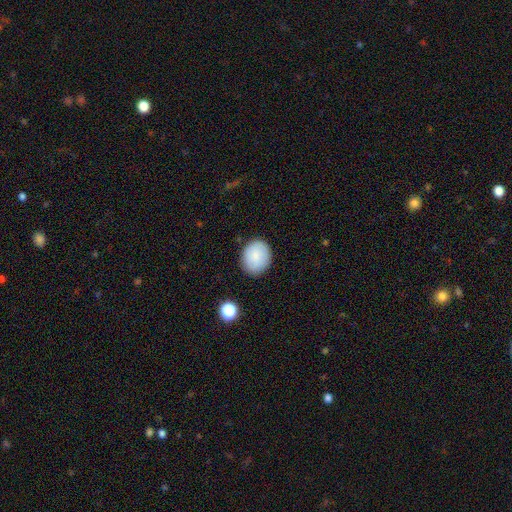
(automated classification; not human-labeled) smooth-or-featured: smooth: 84% | featured or disk: 9% | star or artifact: 8%
  how-rounded: round: 61% | in between: 38% | cigar-shaped: 1%
  merging: none: 85% | minor disturbance: 11% | major disturbance: 3% | merger: 1%